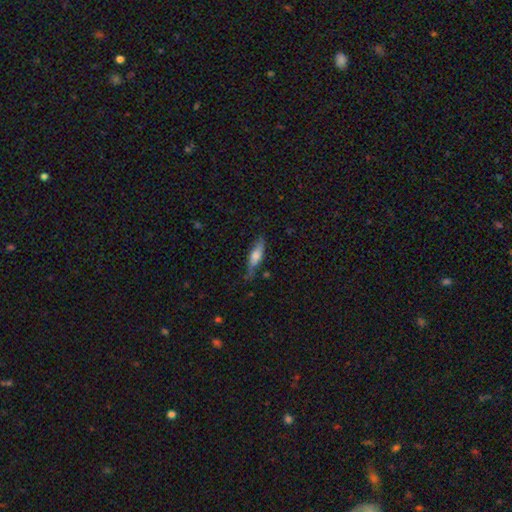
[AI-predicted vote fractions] A smooth galaxy with no disk features (54%) that is cigar-shaped (66%). Merging: none (69%).